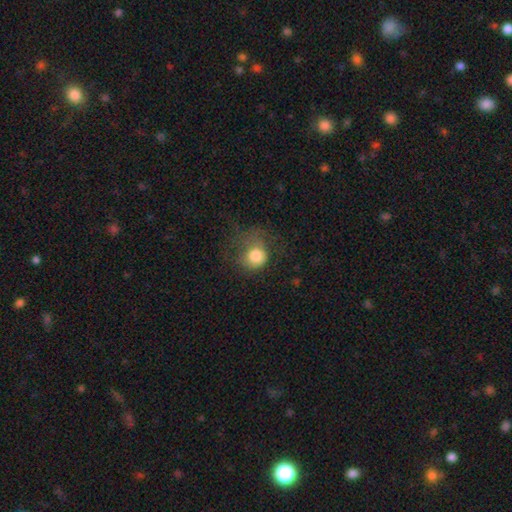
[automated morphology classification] Q: Smooth or featured?
A: smooth (76%); runner-up: featured or disk (13%)
Q: How rounded?
A: round (79%); runner-up: in between (20%)
Q: Merging?
A: none (41%); runner-up: major disturbance (33%)